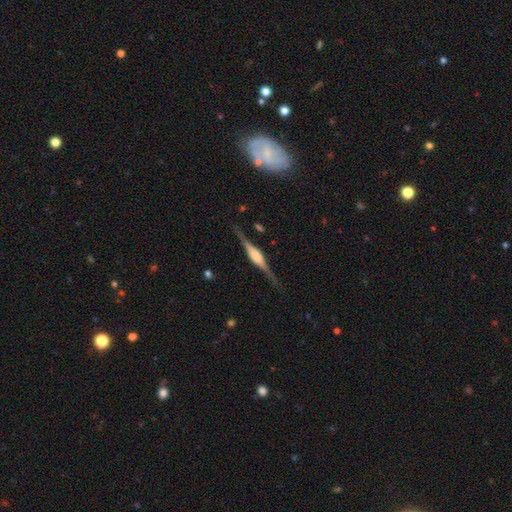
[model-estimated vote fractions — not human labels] This is clearly a featured or disk galaxy (85%). It is clearly viewed edge-on (98%). Edge-on bulge: likely rounded (63%). Merging: clearly none (87%).